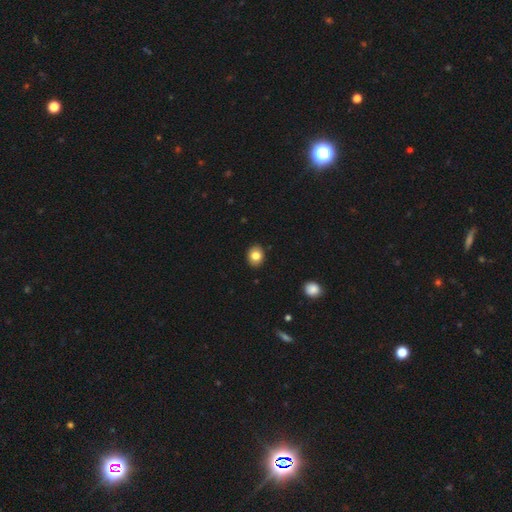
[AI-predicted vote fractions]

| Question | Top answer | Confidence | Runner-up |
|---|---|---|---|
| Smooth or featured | smooth | 82% | star or artifact (9%) |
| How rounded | round | 53% | in between (46%) |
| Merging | none | 90% | minor disturbance (7%) |